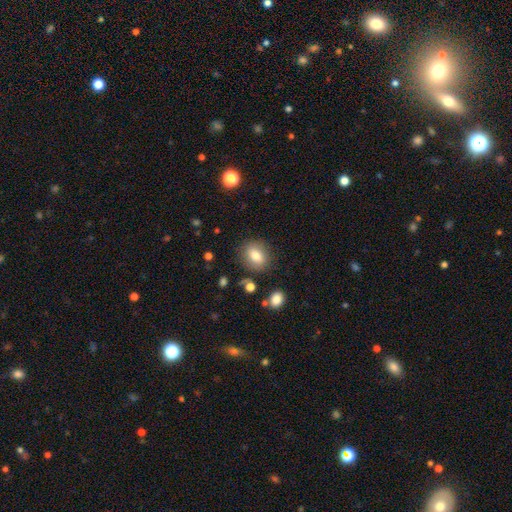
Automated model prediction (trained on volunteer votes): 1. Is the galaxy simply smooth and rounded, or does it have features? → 77% smooth, 13% featured or disk, 10% star or artifact.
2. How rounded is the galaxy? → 56% in between, 43% round, 2% cigar-shaped.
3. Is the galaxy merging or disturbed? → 82% none, 12% minor disturbance, 4% major disturbance, 3% merger.